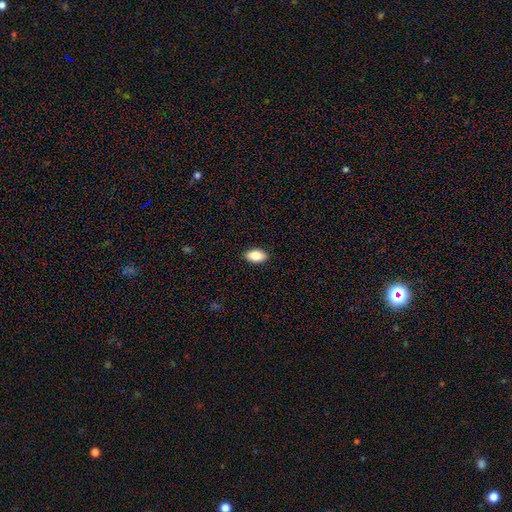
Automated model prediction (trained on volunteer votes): This is clearly a smooth galaxy (85%). How rounded: clearly in between (93%). Merging: clearly none (90%).